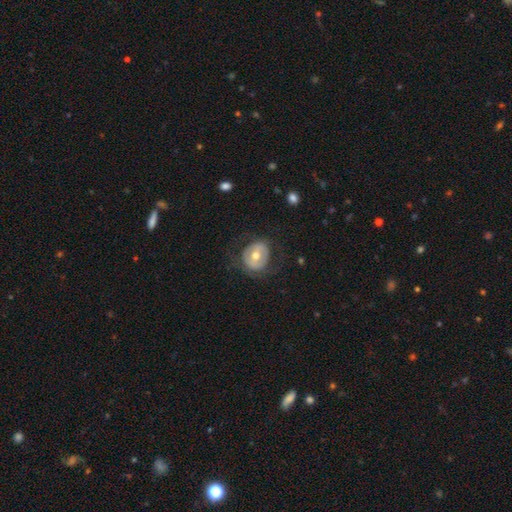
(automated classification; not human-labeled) This appears to be a featured or disk galaxy (49%). Merging: none (70%).